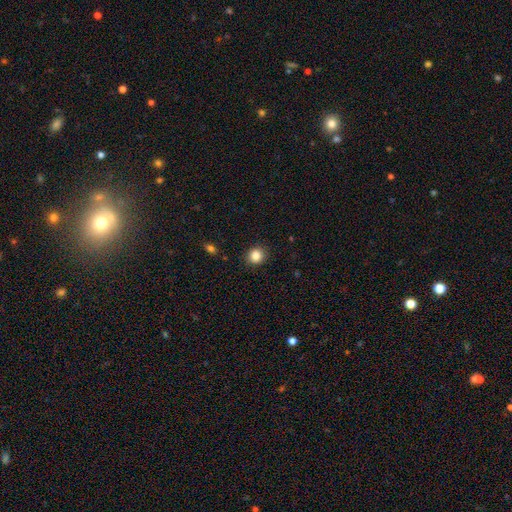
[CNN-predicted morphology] A smooth galaxy with no disk features (86%) that is round (85%). Merging: none (90%).